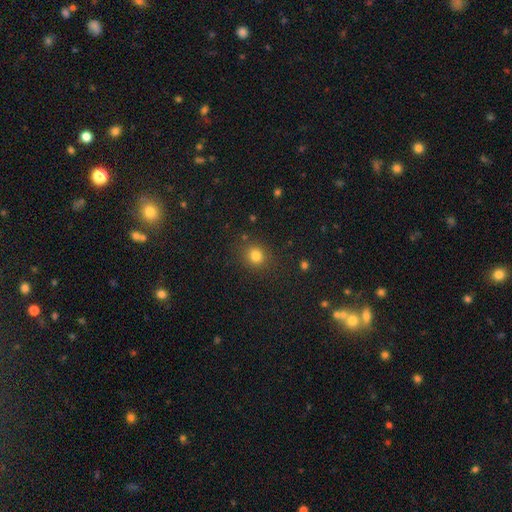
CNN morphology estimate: A smooth galaxy with no disk features (81%) that is round (85%). Merging: none (86%).